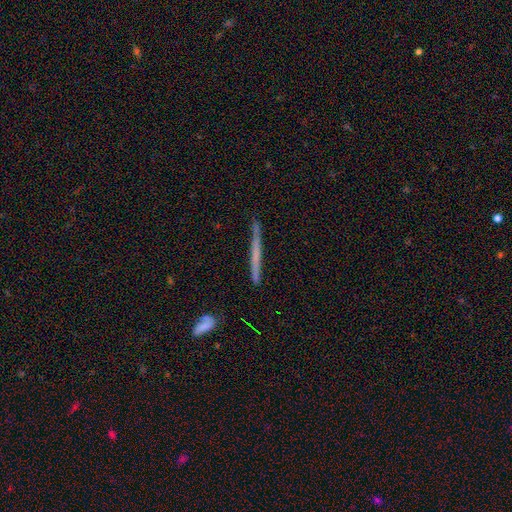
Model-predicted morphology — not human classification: This is possibly a featured or disk galaxy (52%). It is clearly viewed edge-on (97%). Edge-on bulge: clearly none (85%). Merging: clearly none (87%).